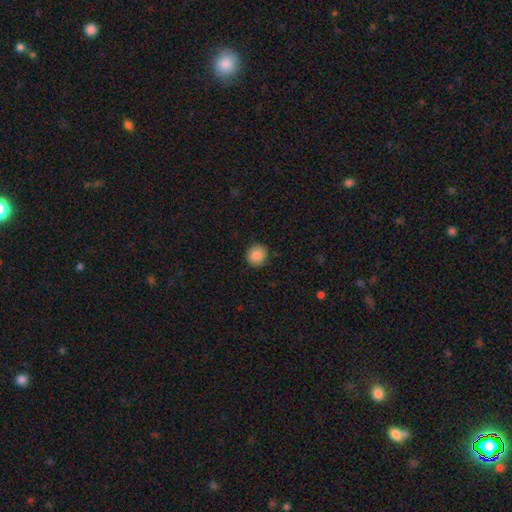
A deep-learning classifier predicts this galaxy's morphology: The model was most divided on "how rounded": round: 89%, in between: 10%, cigar-shaped: 1%. More confident: merging — none (89%); smooth or featured — smooth (88%).